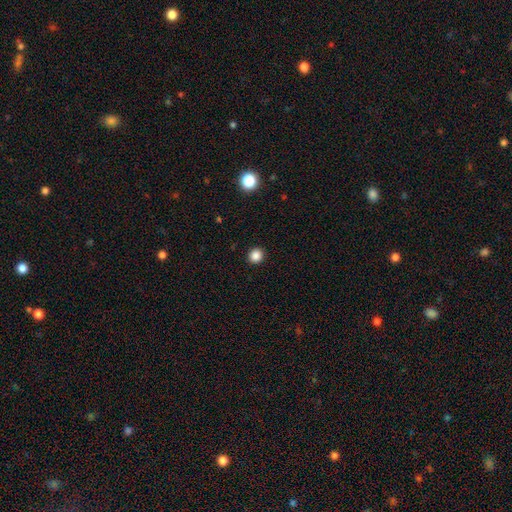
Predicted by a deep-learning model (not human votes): Smooth or featured?
  - smooth: 86% *
  - star or artifact: 11%
  - featured or disk: 3%
How rounded?
  - round: 92% *
  - in between: 7%
  - cigar-shaped: 1%
Merging?
  - none: 93% *
  - minor disturbance: 4%
  - major disturbance: 2%
  - merger: 1%